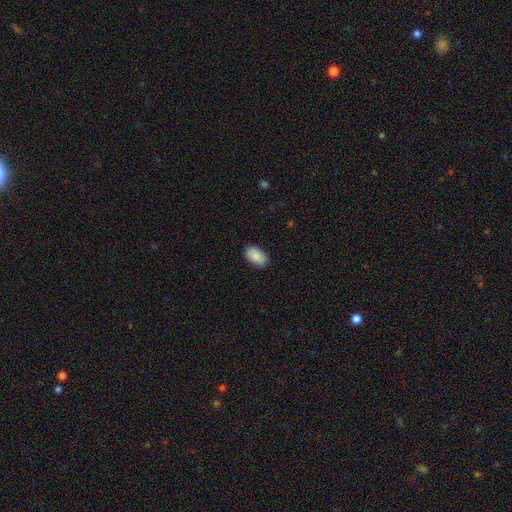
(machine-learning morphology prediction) smooth 88%, star or artifact 7%, featured or disk 5%. Down the decision tree: how rounded — in between (94%); merging — none (87%).